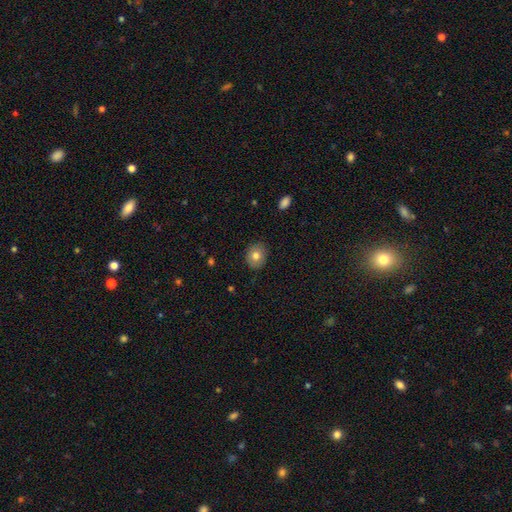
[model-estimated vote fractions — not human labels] This is likely a smooth galaxy (78%). How rounded: possibly round (59%). Merging: clearly none (88%).